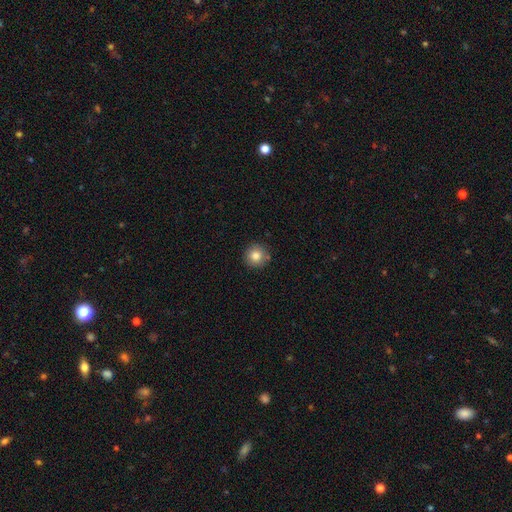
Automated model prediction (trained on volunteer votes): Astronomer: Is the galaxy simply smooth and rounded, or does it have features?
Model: smooth — 83%.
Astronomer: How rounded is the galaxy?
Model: round — 94%.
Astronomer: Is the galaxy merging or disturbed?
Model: none — 87%.